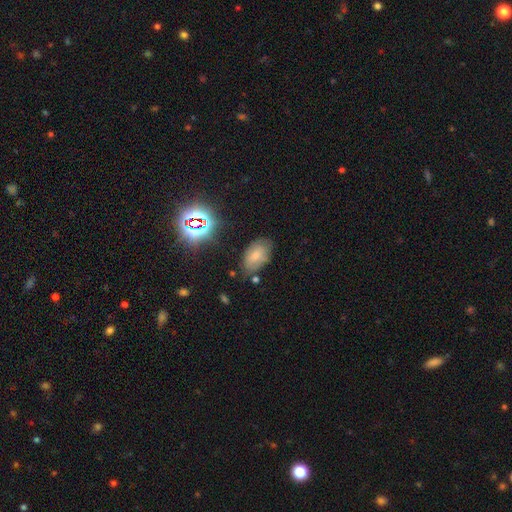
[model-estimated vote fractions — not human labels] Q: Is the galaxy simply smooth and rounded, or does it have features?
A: smooth — 63%.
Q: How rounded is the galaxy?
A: in between — 92%.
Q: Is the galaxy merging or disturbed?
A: none — 70%.